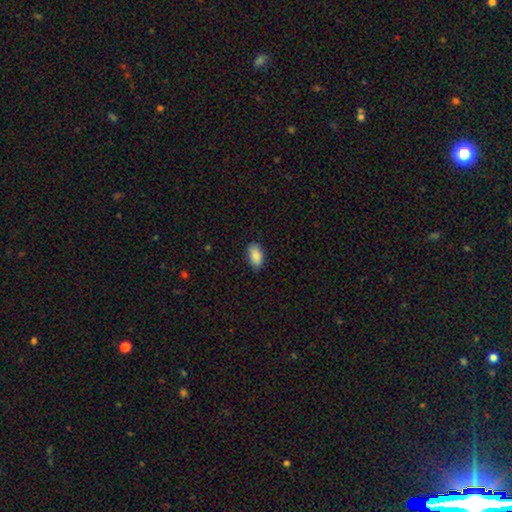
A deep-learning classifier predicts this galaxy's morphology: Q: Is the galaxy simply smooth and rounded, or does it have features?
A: smooth — 89%.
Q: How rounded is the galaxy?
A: in between — 92%.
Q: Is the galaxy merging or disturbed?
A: none — 83%.